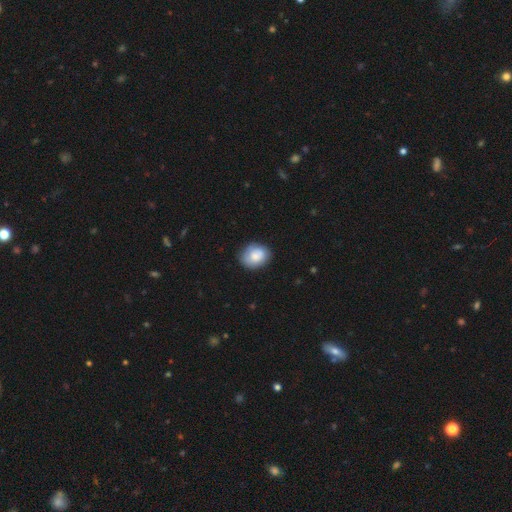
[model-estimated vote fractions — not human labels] A smooth galaxy with no disk features (76%) that is round (54%).

Vote fractions:
- Smooth or featured? smooth: 76% / featured or disk: 17% / star or artifact: 7%
- How rounded? round: 54% / in between: 46% / cigar-shaped: 1%
- Merging? none: 75% / minor disturbance: 19% / major disturbance: 4% / merger: 2%